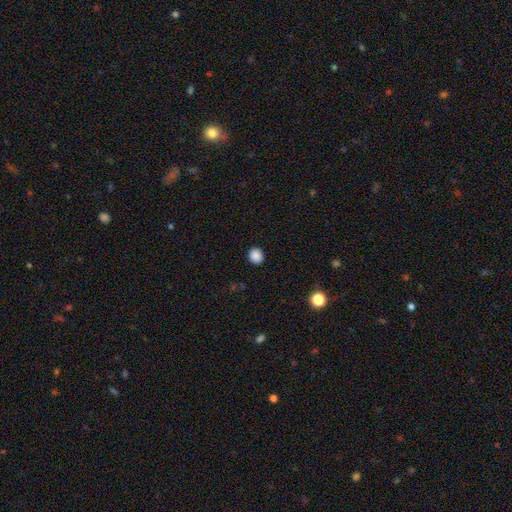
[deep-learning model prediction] Smooth or featured? smooth (88%)
How rounded? round (86%)
Merging? none (91%)